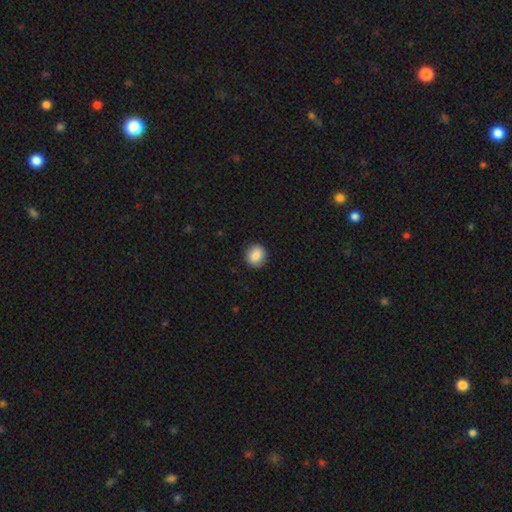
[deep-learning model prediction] Smooth or featured? Predicted: smooth (p=0.86). How rounded? Predicted: round (p=0.82). Merging? Predicted: none (p=0.90).